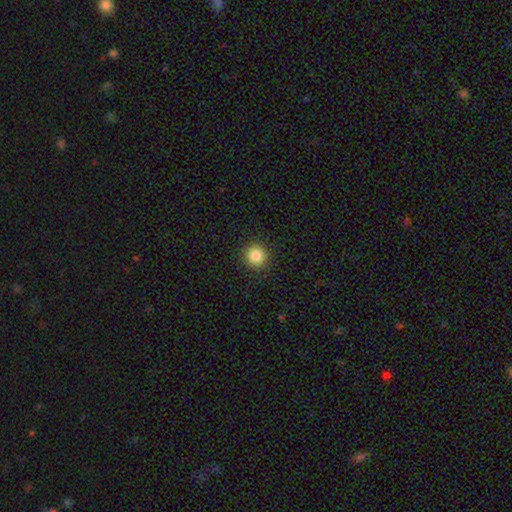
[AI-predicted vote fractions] Overall: smooth (86%). How rounded: round (93%). Merging: none (92%).